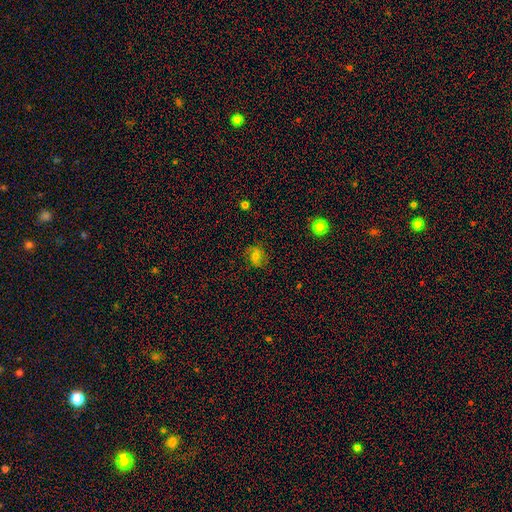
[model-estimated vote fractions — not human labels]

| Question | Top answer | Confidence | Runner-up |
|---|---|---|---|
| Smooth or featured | smooth | 49% | featured or disk (37%) |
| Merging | none | 74% | minor disturbance (17%) |